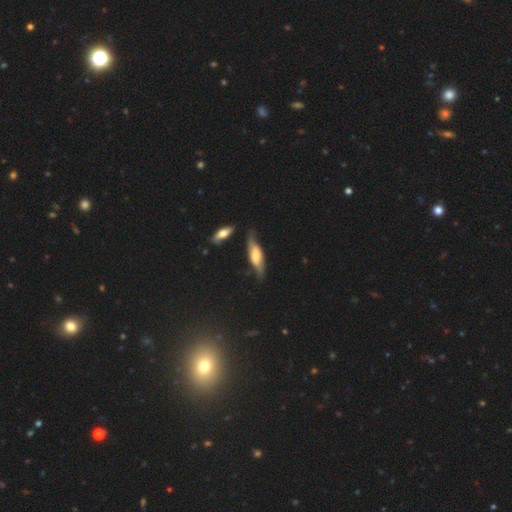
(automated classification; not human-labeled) Morphology: type=featured or disk (49%); merging=none (62%).